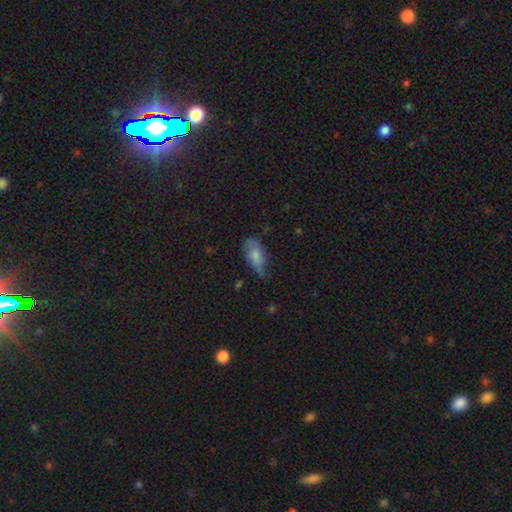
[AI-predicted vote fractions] smooth 71%, featured or disk 21%, star or artifact 8%. Down the decision tree: how rounded — in between (86%); merging — none (42%).